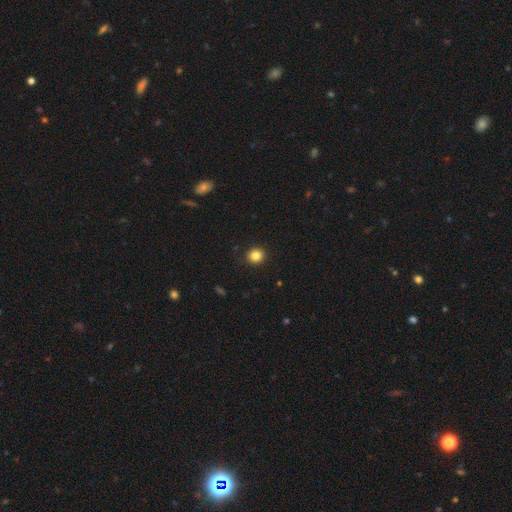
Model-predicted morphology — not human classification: Q: Smooth or featured?
A: smooth (84%); runner-up: star or artifact (11%)
Q: How rounded?
A: round (90%); runner-up: in between (9%)
Q: Merging?
A: none (91%); runner-up: minor disturbance (6%)